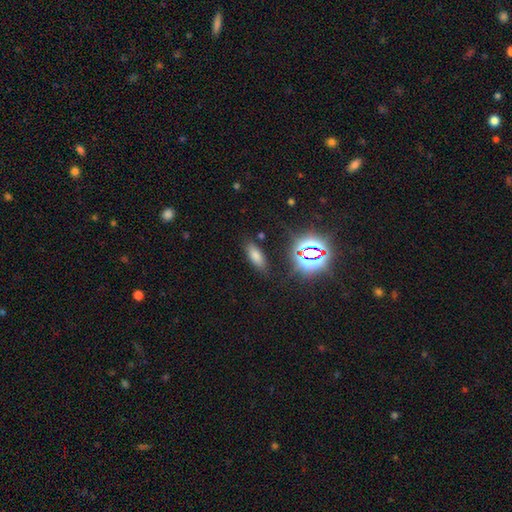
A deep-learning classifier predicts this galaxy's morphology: This appears to be a smooth galaxy with no disk features (65%) that is in between round and cigar-shaped (71%). Merging: none (83%).